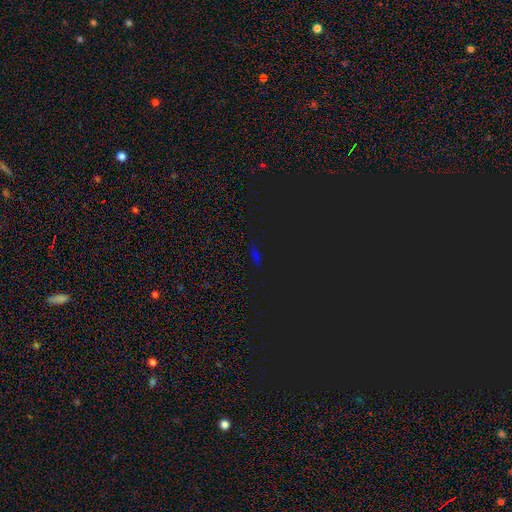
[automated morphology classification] Smooth or featured?
  - star or artifact: 61% *
  - smooth: 30%
  - featured or disk: 9%